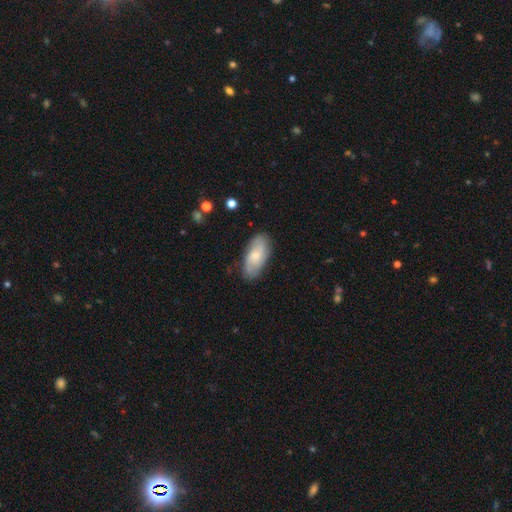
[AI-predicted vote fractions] smooth-or-featured: smooth: 51% | featured or disk: 43% | star or artifact: 6%
  how-rounded: in between: 87% | cigar-shaped: 10% | round: 3%
  merging: none: 79% | minor disturbance: 16% | major disturbance: 4% | merger: 1%